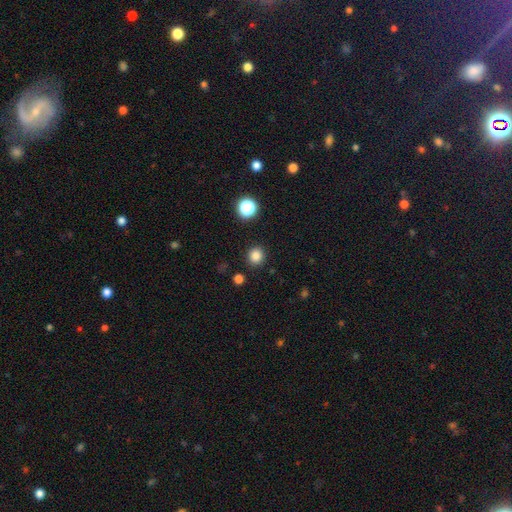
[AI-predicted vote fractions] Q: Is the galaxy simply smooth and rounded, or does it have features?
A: smooth — 83%.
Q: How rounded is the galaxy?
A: round — 90%.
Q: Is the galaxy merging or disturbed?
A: none — 90%.